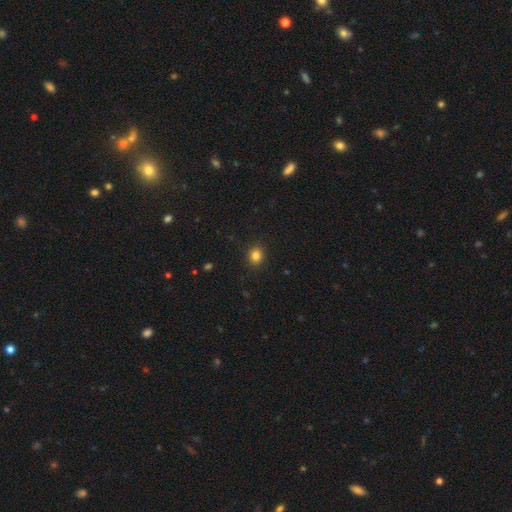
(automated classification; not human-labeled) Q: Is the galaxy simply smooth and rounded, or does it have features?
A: smooth — 83%.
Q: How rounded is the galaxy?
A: round — 70%.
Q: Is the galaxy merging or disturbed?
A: none — 90%.